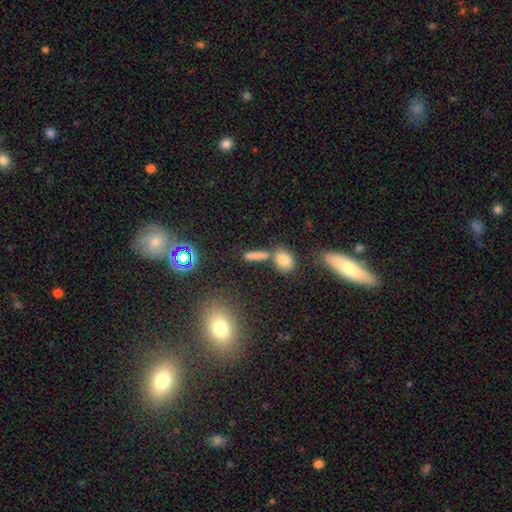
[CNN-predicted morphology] smooth-or-featured: smooth: 72% | star or artifact: 17% | featured or disk: 11%
  how-rounded: cigar-shaped: 56% | in between: 32% | round: 12%
  merging: none: 61% | merger: 22% | minor disturbance: 11% | major disturbance: 5%